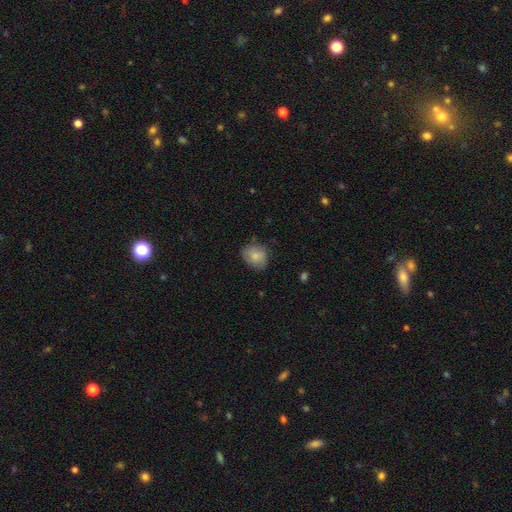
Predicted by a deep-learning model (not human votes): A smooth galaxy with no disk features (82%) that is in between round and cigar-shaped (53%).

Vote fractions:
- Smooth or featured? smooth: 82% / featured or disk: 11% / star or artifact: 7%
- How rounded? in between: 53% / round: 46% / cigar-shaped: 1%
- Merging? none: 71% / minor disturbance: 23% / major disturbance: 5% / merger: 1%